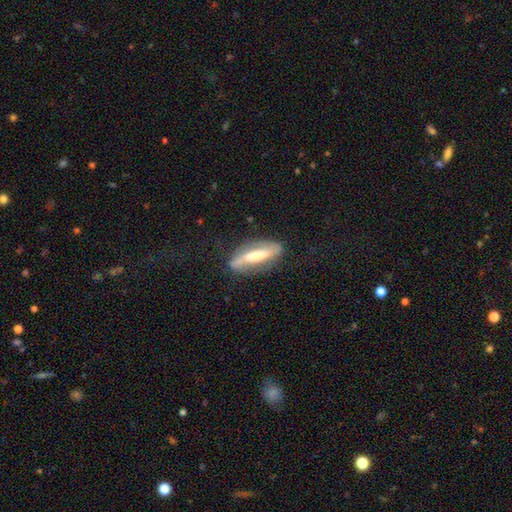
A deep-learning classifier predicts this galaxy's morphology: A featured or disk galaxy (58%). Merging: none (70%).